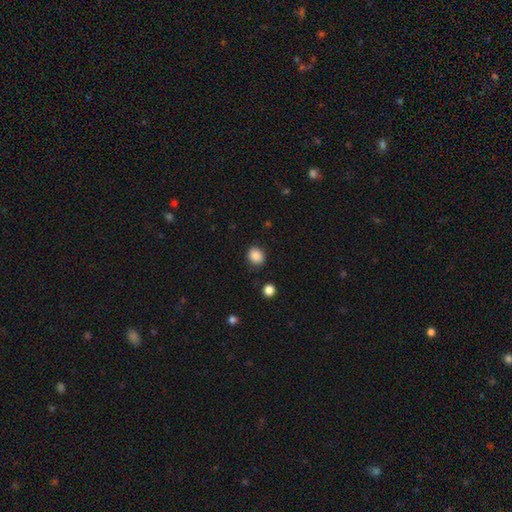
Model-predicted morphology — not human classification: smooth_or_featured: smooth (p=0.87) [alt: star or artifact p=0.09]
how_rounded: round (p=0.71) [alt: in between p=0.29]
merging: none (p=0.87) [alt: minor disturbance p=0.09]